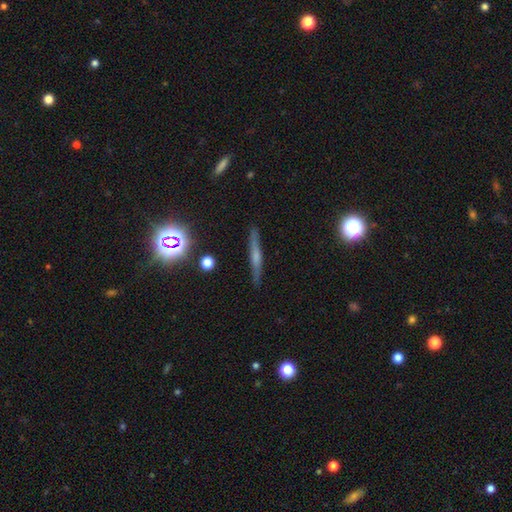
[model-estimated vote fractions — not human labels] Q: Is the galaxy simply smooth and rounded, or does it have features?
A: featured or disk — 51%.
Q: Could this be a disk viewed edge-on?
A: yes — 94%.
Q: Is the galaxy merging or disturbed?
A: none — 87%.